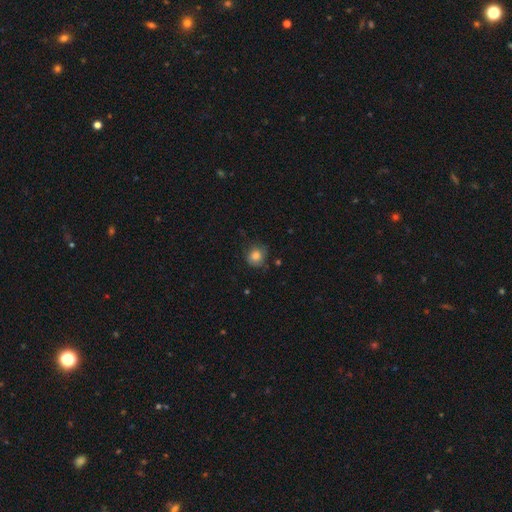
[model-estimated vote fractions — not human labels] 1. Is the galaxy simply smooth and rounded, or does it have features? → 82% smooth, 9% star or artifact, 8% featured or disk.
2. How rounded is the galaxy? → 84% round, 15% in between, 1% cigar-shaped.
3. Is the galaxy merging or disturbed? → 72% none, 21% minor disturbance, 5% major disturbance, 2% merger.